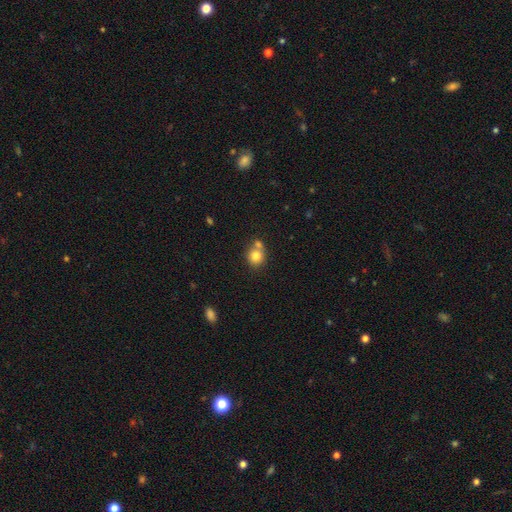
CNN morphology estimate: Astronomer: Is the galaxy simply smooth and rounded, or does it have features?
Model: smooth — 81%.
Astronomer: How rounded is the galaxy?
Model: round — 82%.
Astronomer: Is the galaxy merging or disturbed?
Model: none — 50% (runner-up: merger, 38%).